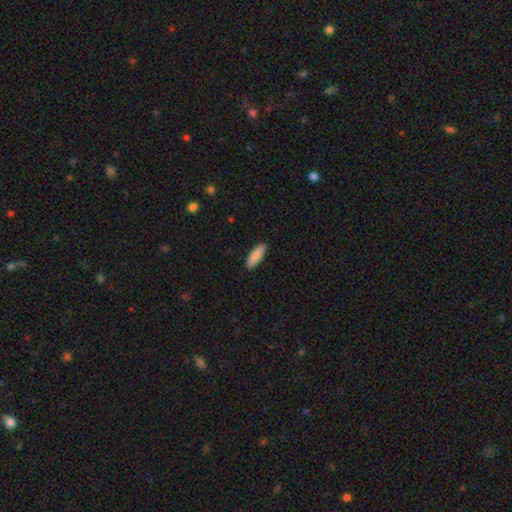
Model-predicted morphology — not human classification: This appears to be a smooth galaxy with no disk features (88%) that is in between round and cigar-shaped (57%). Merging: none (90%).